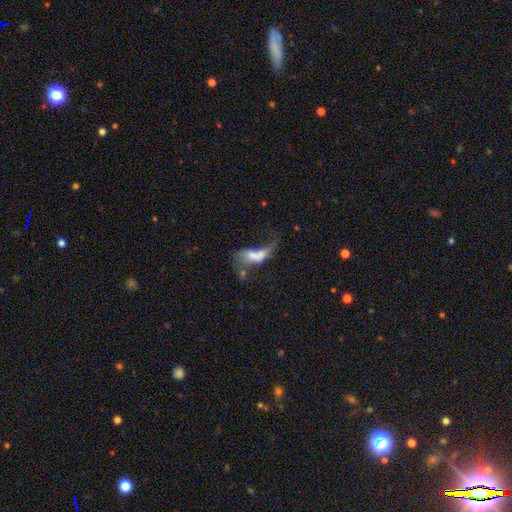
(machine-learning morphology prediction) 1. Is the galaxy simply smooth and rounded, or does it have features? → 52% featured or disk, 37% smooth, 12% star or artifact.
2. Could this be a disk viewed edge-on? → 92% no, 8% yes.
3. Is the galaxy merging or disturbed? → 40% major disturbance, 34% merger, 15% none, 11% minor disturbance.